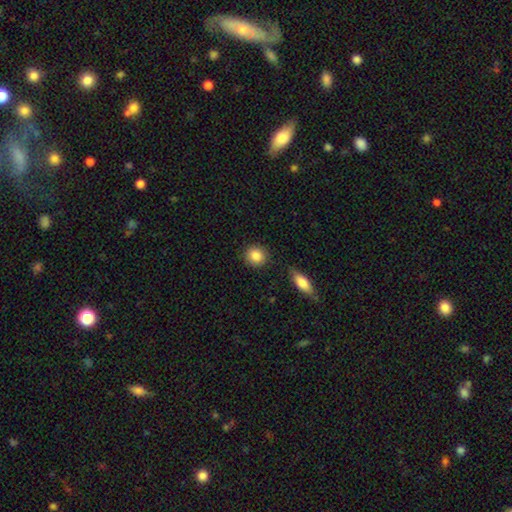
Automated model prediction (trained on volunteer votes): A smooth galaxy with no disk features (86%) that is round (86%).

Vote fractions:
- Smooth or featured? smooth: 86% / star or artifact: 8% / featured or disk: 6%
- How rounded? round: 86% / in between: 13% / cigar-shaped: 1%
- Merging? none: 86% / minor disturbance: 8% / merger: 3% / major disturbance: 2%